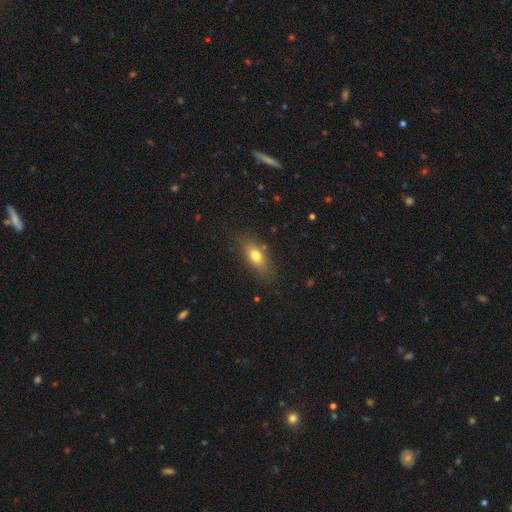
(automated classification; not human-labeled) smooth 74%, featured or disk 17%, star or artifact 9%. Down the decision tree: how rounded — in between (75%); merging — none (78%).